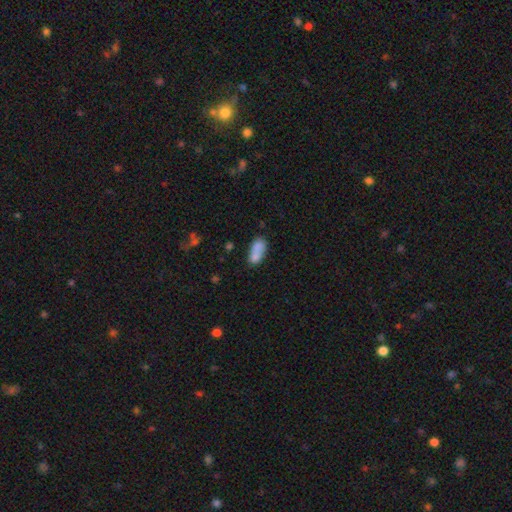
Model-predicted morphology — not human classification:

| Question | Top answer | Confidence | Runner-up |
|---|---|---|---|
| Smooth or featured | smooth | 76% | featured or disk (15%) |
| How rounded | in between | 85% | cigar-shaped (8%) |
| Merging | merger | 39% | none (38%) |